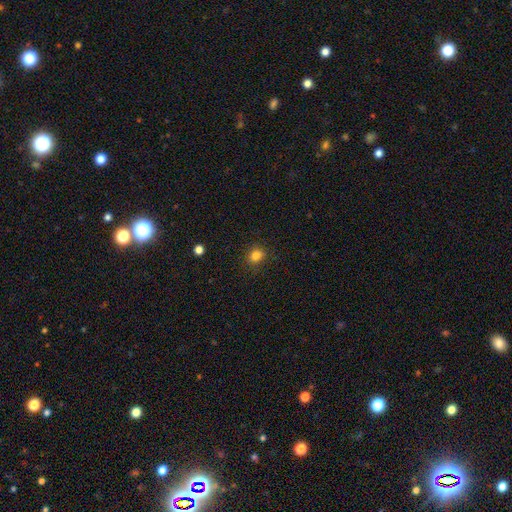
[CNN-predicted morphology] Smooth or featured? Predicted: smooth (p=0.83). How rounded? Predicted: in between (p=0.50). Merging? Predicted: none (p=0.86).